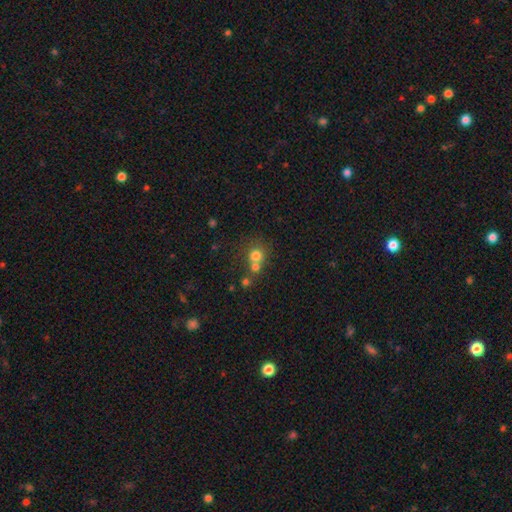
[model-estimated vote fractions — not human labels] smooth 73%, star or artifact 14%, featured or disk 13%. Down the decision tree: how rounded — round (86%); merging — merger (47%).